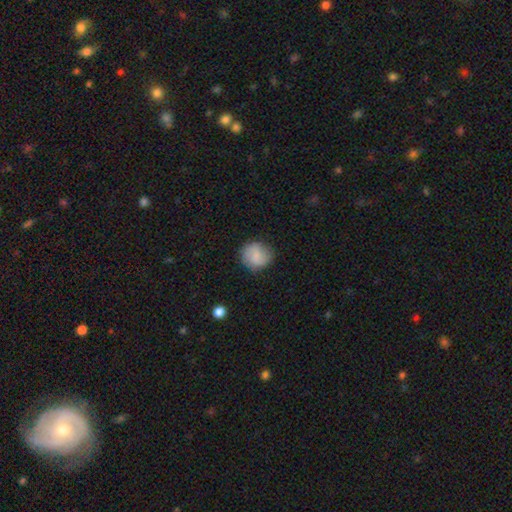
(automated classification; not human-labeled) A smooth galaxy with no disk features (73%) that is round (86%).

Vote fractions:
- Smooth or featured? smooth: 73% / featured or disk: 20% / star or artifact: 8%
- How rounded? round: 86% / in between: 13% / cigar-shaped: 1%
- Merging? none: 80% / minor disturbance: 15% / major disturbance: 4% / merger: 1%